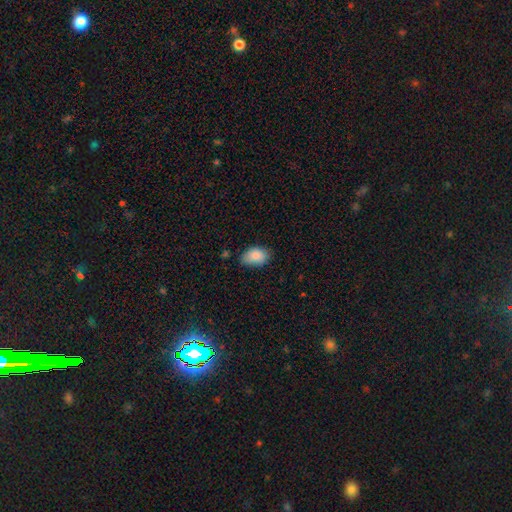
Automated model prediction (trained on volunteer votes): smooth-or-featured: smooth: 86% | star or artifact: 7% | featured or disk: 7%
  how-rounded: in between: 87% | round: 12% | cigar-shaped: 1%
  merging: none: 69% | minor disturbance: 26% | major disturbance: 4% | merger: 2%